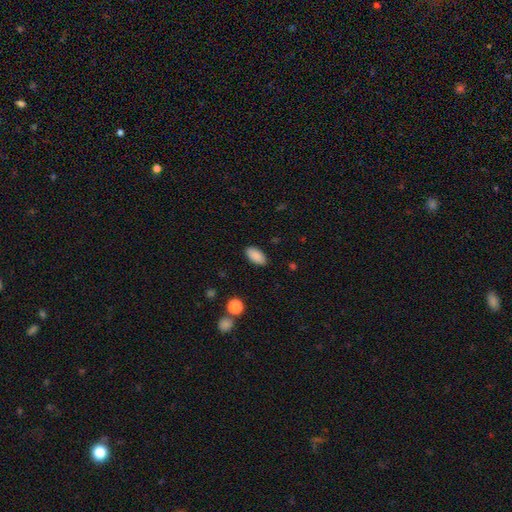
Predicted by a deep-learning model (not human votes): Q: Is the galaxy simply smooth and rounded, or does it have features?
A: smooth — 89%.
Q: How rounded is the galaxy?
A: in between — 92%.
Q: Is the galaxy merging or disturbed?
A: none — 88%.